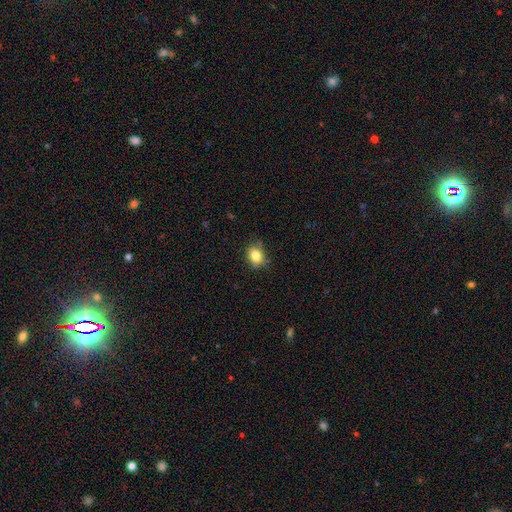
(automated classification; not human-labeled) The model was most divided on "how rounded": round: 50%, in between: 49%, cigar-shaped: 1%. More confident: smooth or featured — smooth (82%); merging — none (74%).